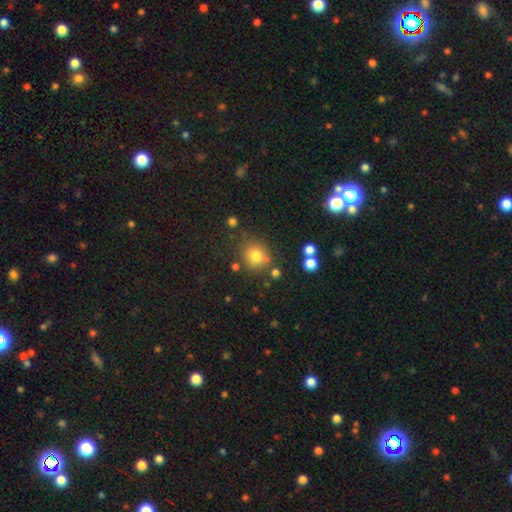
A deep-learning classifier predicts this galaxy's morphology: This appears to be a smooth galaxy with no disk features (76%) that is round (83%). Merging: none (75%).